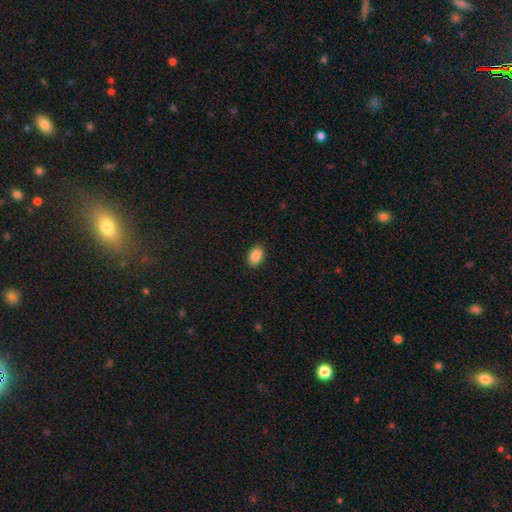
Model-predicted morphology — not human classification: This appears to be a smooth galaxy with no disk features (89%) that is in between round and cigar-shaped (80%). Merging: none (89%).